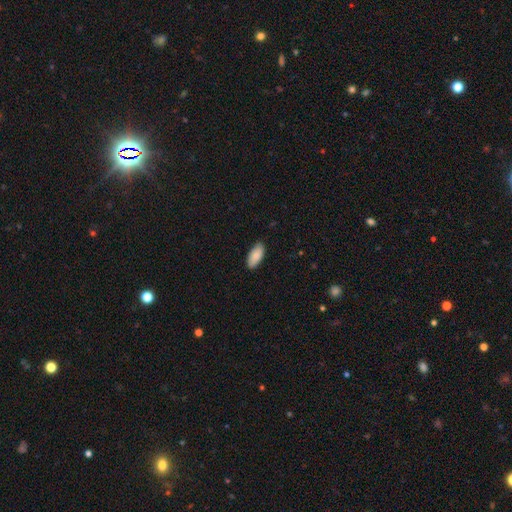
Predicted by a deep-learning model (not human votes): This is clearly a smooth galaxy (87%). How rounded: clearly in between (91%). Merging: clearly none (85%).